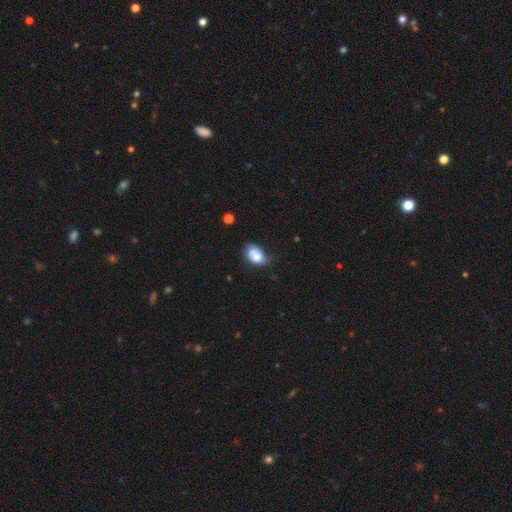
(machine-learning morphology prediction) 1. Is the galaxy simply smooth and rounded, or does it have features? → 80% smooth, 12% featured or disk, 8% star or artifact.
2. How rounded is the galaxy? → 85% in between, 13% round, 1% cigar-shaped.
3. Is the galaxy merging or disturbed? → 44% none, 40% minor disturbance, 12% major disturbance, 4% merger.